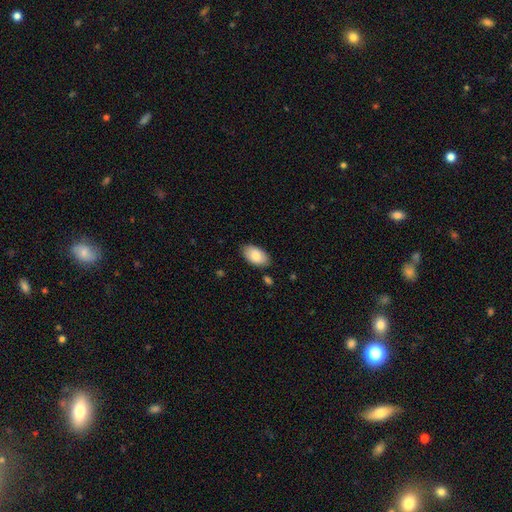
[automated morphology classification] This appears to be a smooth galaxy with no disk features (86%) that is in between round and cigar-shaped (95%). Merging: none (84%).